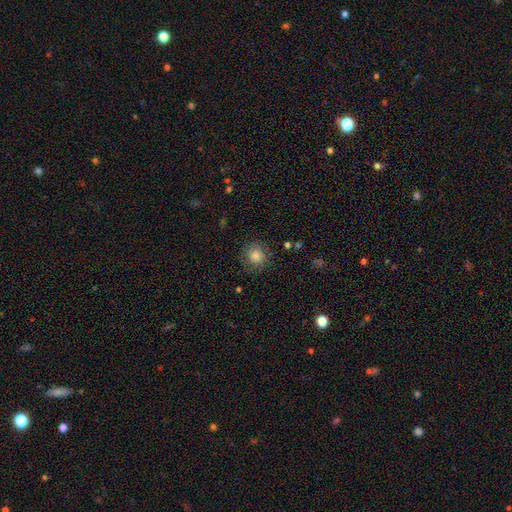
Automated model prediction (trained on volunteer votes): This is likely a smooth galaxy (77%). How rounded: clearly round (92%). Merging: clearly none (82%).